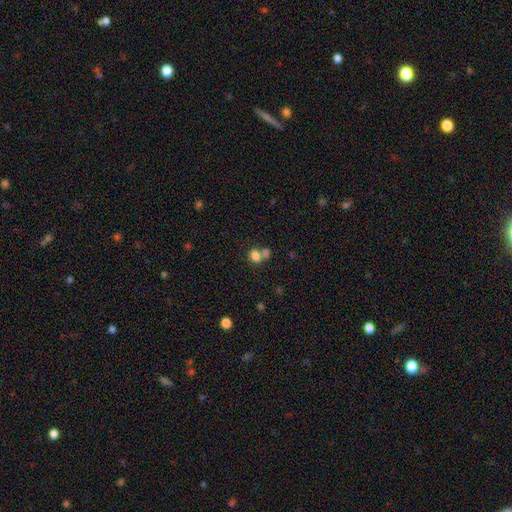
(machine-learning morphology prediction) This appears to be a smooth galaxy with no disk features (79%) that is round (54%). Merging: merger (46%).